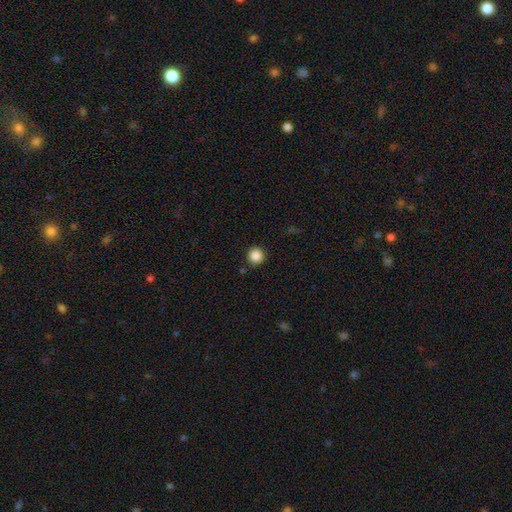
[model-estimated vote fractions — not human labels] smooth_or_featured: smooth (p=0.87) [alt: star or artifact p=0.10]
how_rounded: round (p=0.94) [alt: in between p=0.05]
merging: none (p=0.90) [alt: minor disturbance p=0.06]